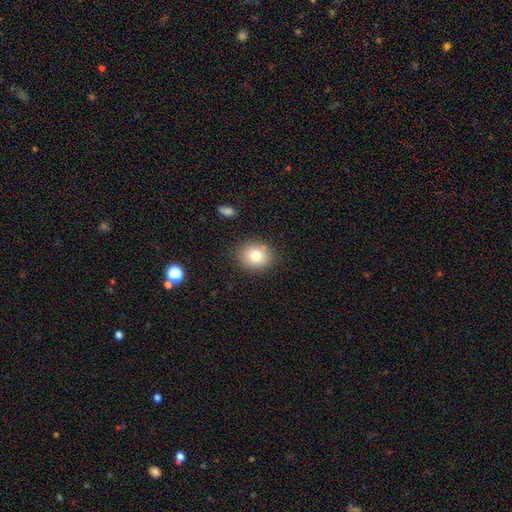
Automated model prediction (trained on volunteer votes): Smooth or featured?
  - smooth: 79% *
  - featured or disk: 11%
  - star or artifact: 10%
How rounded?
  - round: 60% *
  - in between: 39%
  - cigar-shaped: 1%
Merging?
  - none: 83% *
  - minor disturbance: 11%
  - major disturbance: 3%
  - merger: 3%